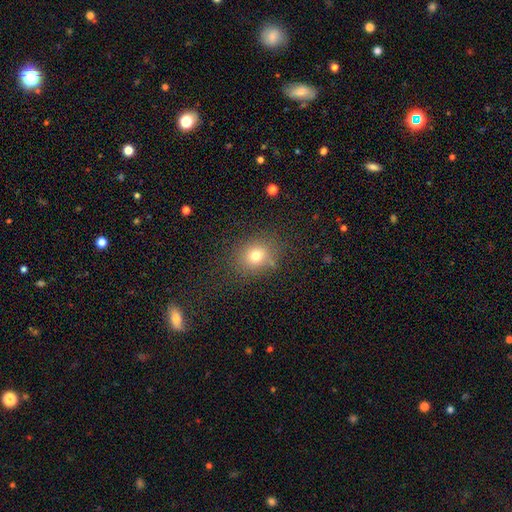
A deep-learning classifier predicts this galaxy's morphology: smooth_or_featured: smooth (p=0.73) [alt: star or artifact p=0.16]
how_rounded: round (p=0.70) [alt: in between p=0.29]
merging: none (p=0.79) [alt: minor disturbance p=0.13]